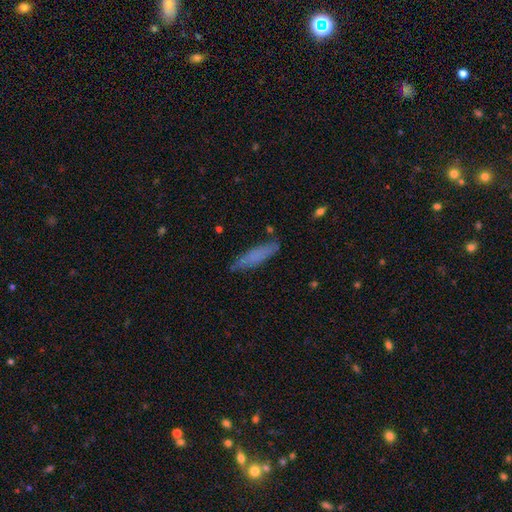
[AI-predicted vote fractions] Morphology: type=smooth (72%); roundness=cigar-shaped (76%); merging=none (77%).